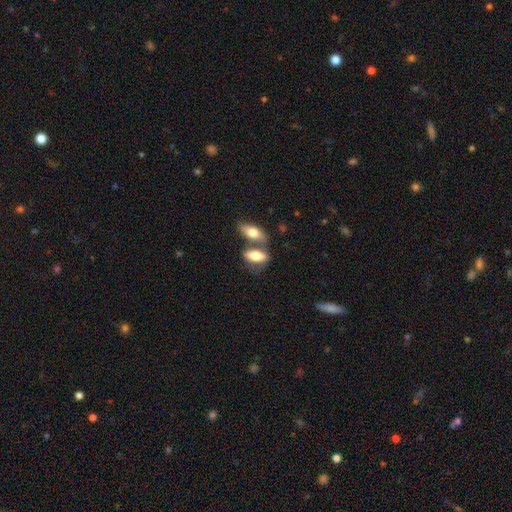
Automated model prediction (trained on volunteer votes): Q: Smooth or featured?
A: smooth (69%); runner-up: featured or disk (24%)
Q: How rounded?
A: in between (78%); runner-up: cigar-shaped (17%)
Q: Merging?
A: none (43%); runner-up: merger (41%)